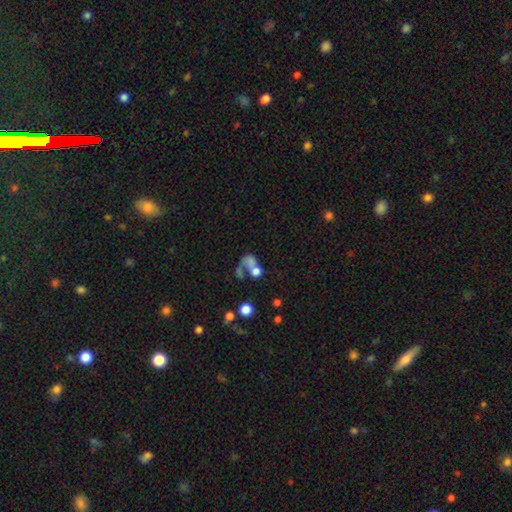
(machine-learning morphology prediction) Smooth or featured? smooth (48%)
Merging? merger (45%)